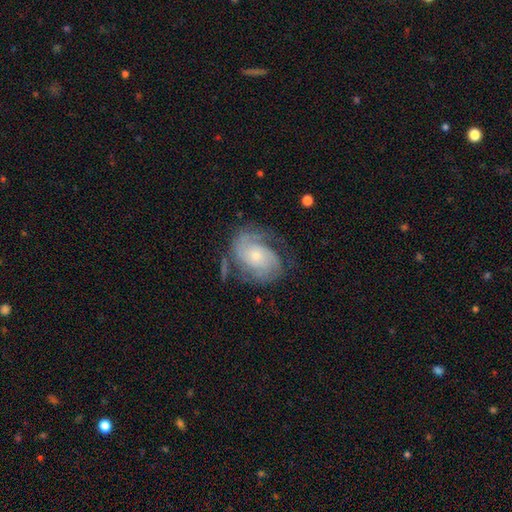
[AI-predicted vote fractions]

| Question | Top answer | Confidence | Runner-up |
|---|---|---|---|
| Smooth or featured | featured or disk | 78% | smooth (16%) |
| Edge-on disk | no | 97% | yes (3%) |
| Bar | no | 73% | weak (22%) |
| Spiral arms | yes | 92% | no (8%) |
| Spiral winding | tight | 43% | medium (39%) |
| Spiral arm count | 2 | 53% | can't tell (20%) |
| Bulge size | small | 65% | moderate (28%) |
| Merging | none | 57% | minor disturbance (22%) |